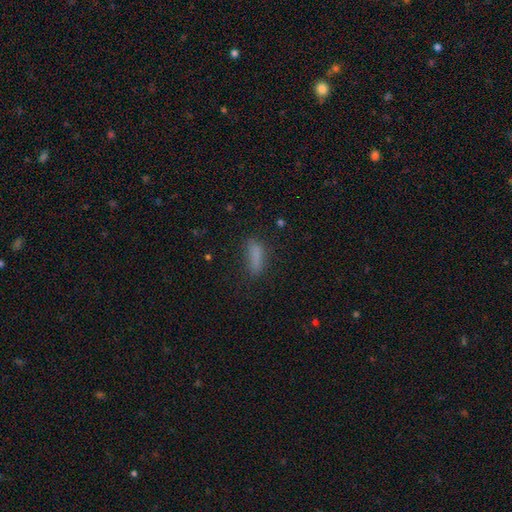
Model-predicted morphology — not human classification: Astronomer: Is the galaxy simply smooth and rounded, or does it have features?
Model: smooth — 81%.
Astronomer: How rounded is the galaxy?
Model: cigar-shaped — 49% (runner-up: in between, 48%).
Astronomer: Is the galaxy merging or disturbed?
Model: none — 71%.